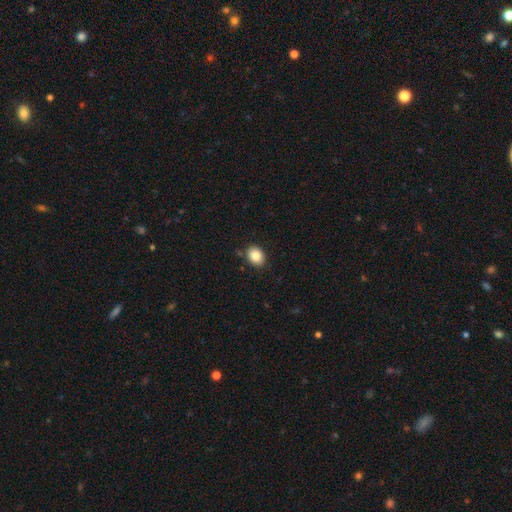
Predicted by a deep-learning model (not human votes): The model was most divided on "how rounded": in between: 55%, round: 44%, cigar-shaped: 1%. More confident: smooth or featured — smooth (87%); merging — none (85%).